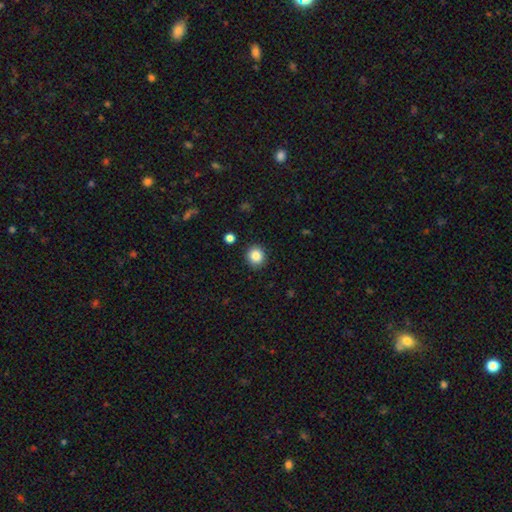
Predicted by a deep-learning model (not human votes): Smooth or featured: smooth — 86% (star or artifact — 10%)
How rounded: round — 89% (in between — 10%)
Merging: none — 91% (minor disturbance — 6%)